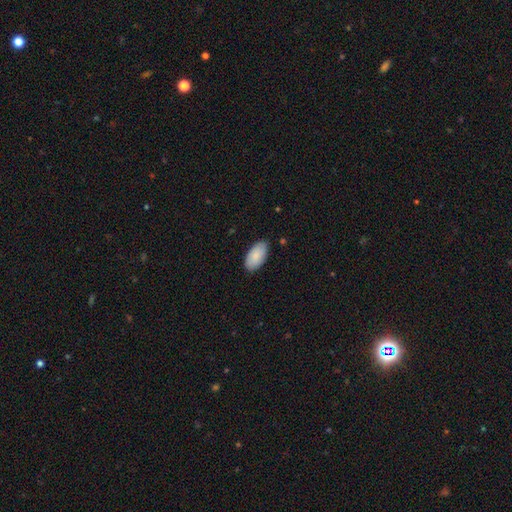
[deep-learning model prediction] Q: Smooth or featured?
A: smooth (88%); runner-up: featured or disk (6%)
Q: How rounded?
A: in between (96%); runner-up: cigar-shaped (2%)
Q: Merging?
A: none (84%); runner-up: minor disturbance (12%)